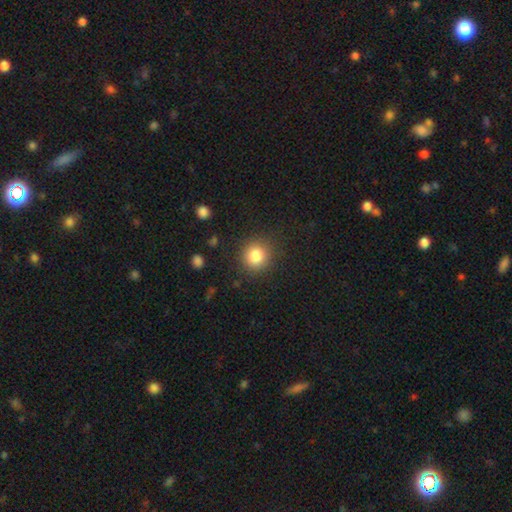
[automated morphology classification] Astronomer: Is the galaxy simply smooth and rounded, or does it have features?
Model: smooth — 83%.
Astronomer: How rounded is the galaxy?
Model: round — 89%.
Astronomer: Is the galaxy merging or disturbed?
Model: none — 87%.